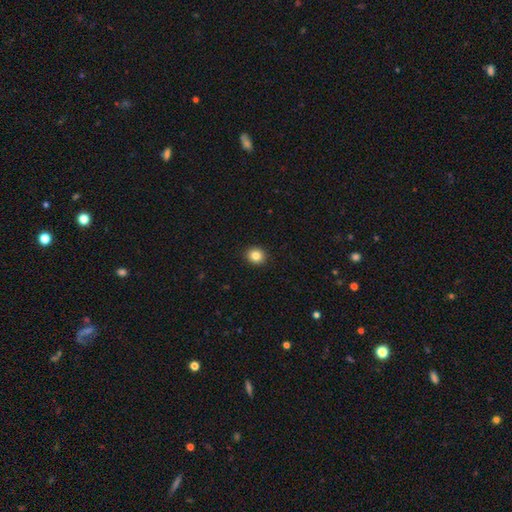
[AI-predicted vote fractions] Morphology: type=smooth (84%); roundness=round (81%); merging=none (92%).